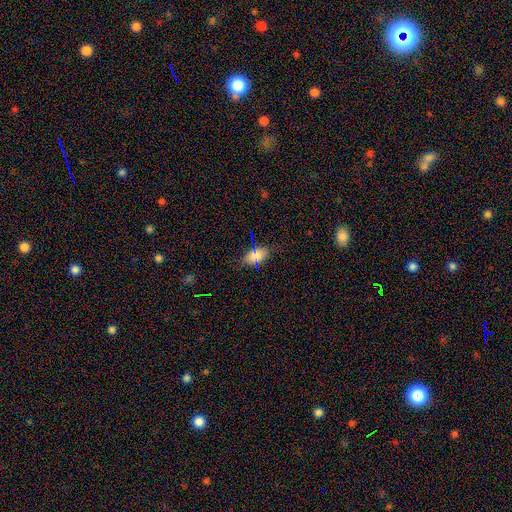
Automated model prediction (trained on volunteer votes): Smooth or featured? Predicted: smooth (p=0.72). How rounded? Predicted: in between (p=0.89). Merging? Predicted: none (p=0.82).